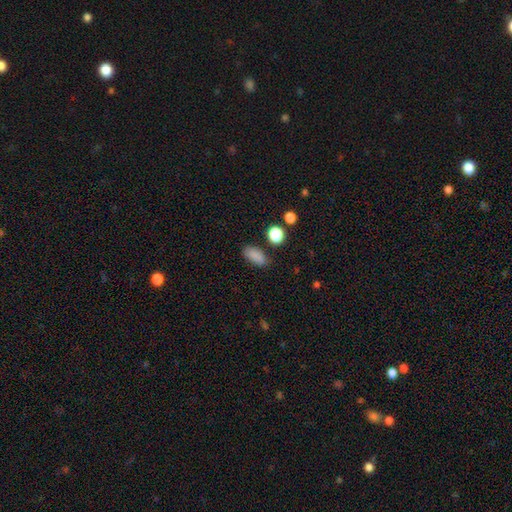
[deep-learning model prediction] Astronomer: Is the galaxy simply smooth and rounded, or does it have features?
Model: smooth — 86%.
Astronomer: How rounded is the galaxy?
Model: in between — 86%.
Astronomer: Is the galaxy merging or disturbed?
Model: none — 82%.